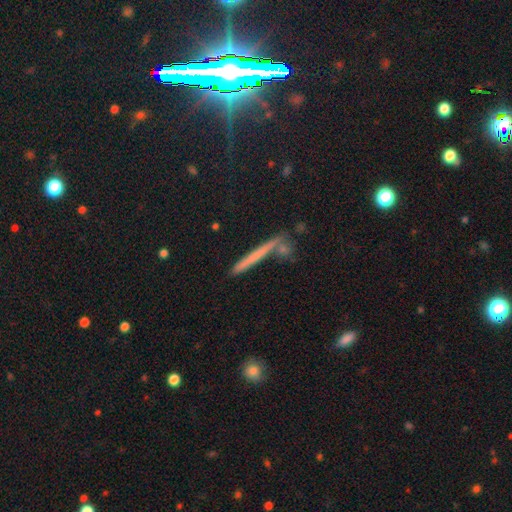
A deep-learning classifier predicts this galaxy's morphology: smooth-or-featured: smooth: 53% | featured or disk: 36% | star or artifact: 11%
  how-rounded: cigar-shaped: 95% | in between: 3% | round: 2%
  merging: none: 79% | minor disturbance: 11% | merger: 7% | major disturbance: 3%